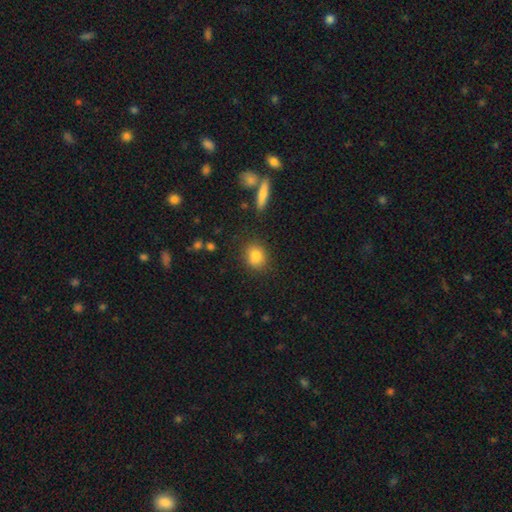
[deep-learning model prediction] A smooth galaxy with no disk features (82%) that is round (64%). Merging: none (79%).